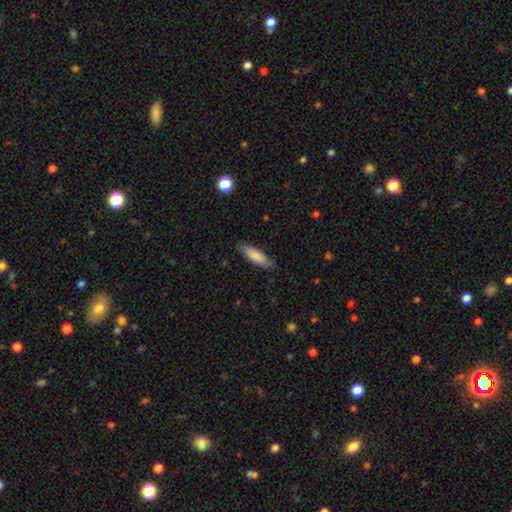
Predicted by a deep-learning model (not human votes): A smooth galaxy with no disk features (83%) that is cigar-shaped (53%).

Vote fractions:
- Smooth or featured? smooth: 83% / featured or disk: 12% / star or artifact: 5%
- How rounded? cigar-shaped: 53% / in between: 45% / round: 1%
- Merging? none: 83% / minor disturbance: 14% / major disturbance: 2% / merger: 1%